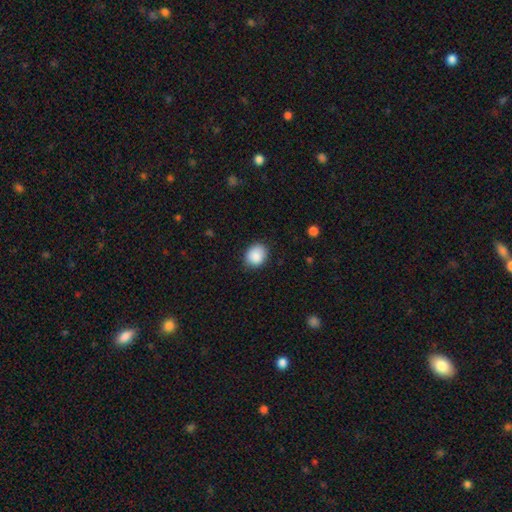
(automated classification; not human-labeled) Morphology: type=smooth (88%); roundness=round (58%); merging=none (84%).